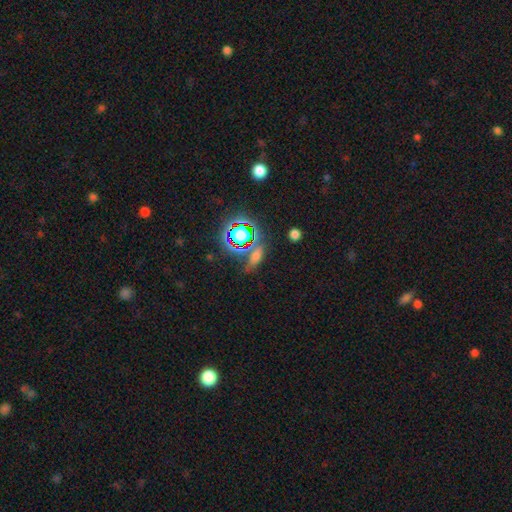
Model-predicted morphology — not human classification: This appears to be a smooth galaxy with no disk features (47%). Merging: none (66%).